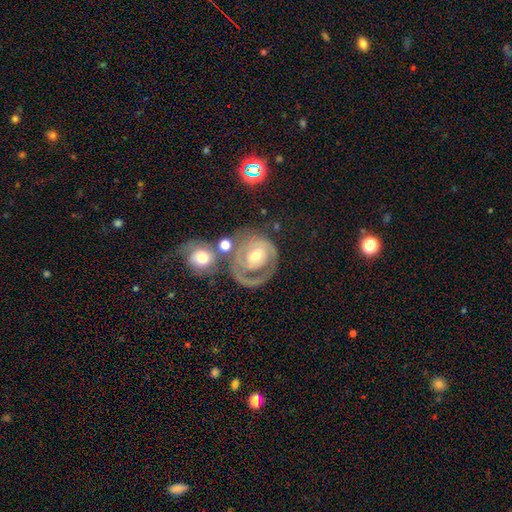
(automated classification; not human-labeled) The model was most divided on "spiral arm count": 1: 37%, 2: 29%, can't tell: 25%, 3: 5%, 4: 2%, more than 4: 2%. Remaining: edge-on disk — no (97%); spiral arms — yes (79%); smooth or featured — featured or disk (77%); spiral winding — tight (66%); bulge size — moderate (63%); bar — no (60%); merging — none (42%).